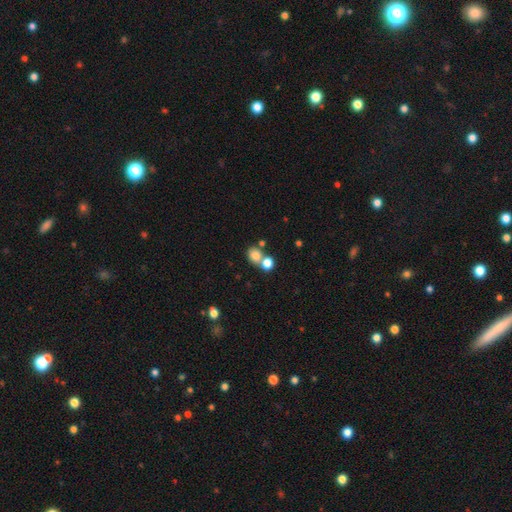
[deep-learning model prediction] Smooth or featured? Predicted: smooth (p=0.79). How rounded? Predicted: round (p=0.74). Merging? Predicted: none (p=0.47).